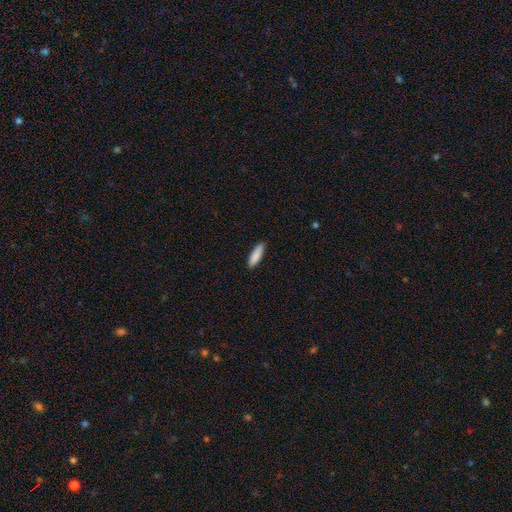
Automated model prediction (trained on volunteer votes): This is clearly a smooth galaxy (89%). How rounded: likely cigar-shaped (63%). Merging: clearly none (86%).